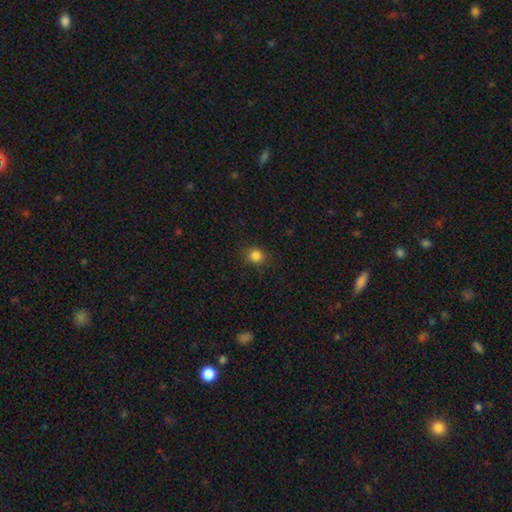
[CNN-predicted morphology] Overall: smooth (84%). How rounded: round (80%). Merging: none (87%).